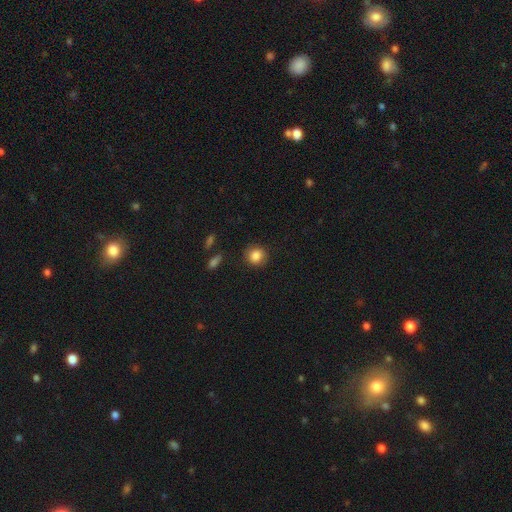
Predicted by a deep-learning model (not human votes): smooth 83%, star or artifact 9%, featured or disk 8%. Down the decision tree: how rounded — round (82%); merging — none (82%).